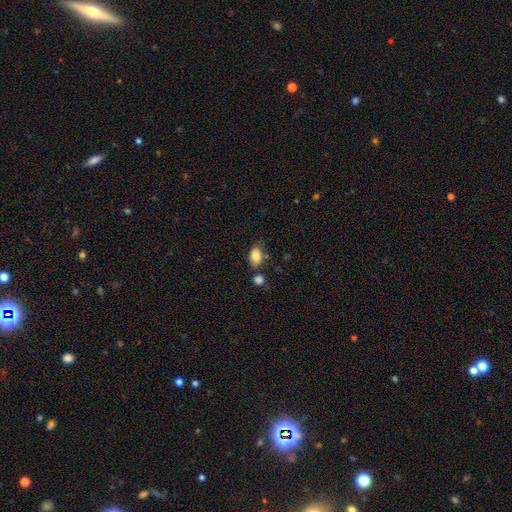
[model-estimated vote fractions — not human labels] Morphology: type=smooth (83%); roundness=in between (89%); merging=none (63%).